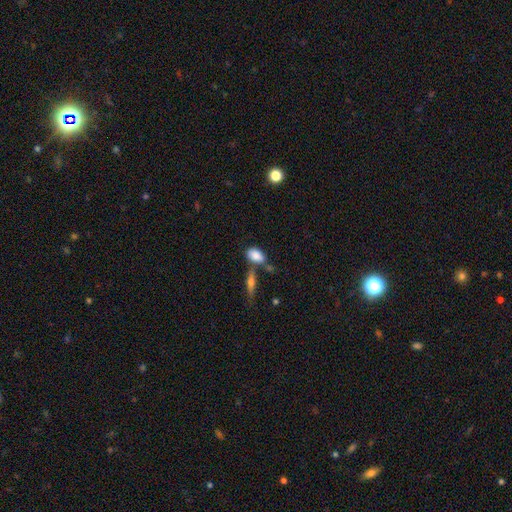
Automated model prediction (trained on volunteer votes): A smooth galaxy with no disk features (83%) that is in between round and cigar-shaped (88%). Merging: none (50%).